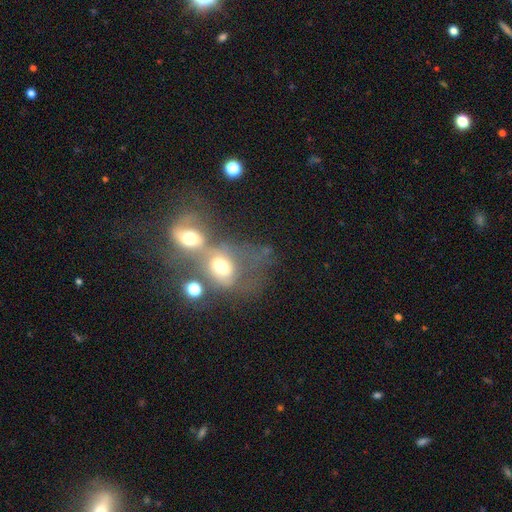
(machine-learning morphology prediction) Smooth or featured? smooth (46%)
Merging? merger (71%)